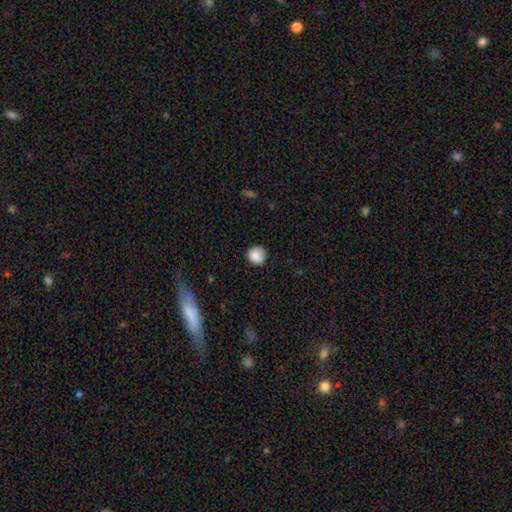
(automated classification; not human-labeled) Smooth or featured?
  - smooth: 87% *
  - star or artifact: 8%
  - featured or disk: 5%
How rounded?
  - round: 91% *
  - in between: 8%
  - cigar-shaped: 1%
Merging?
  - none: 84% *
  - minor disturbance: 13%
  - major disturbance: 3%
  - merger: 1%